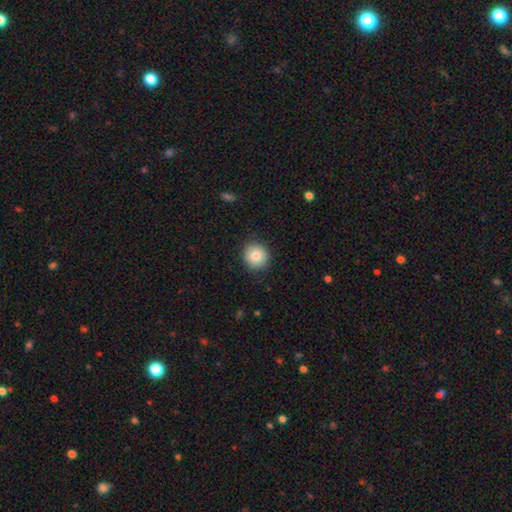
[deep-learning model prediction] Smooth or featured?
  - smooth: 81% *
  - featured or disk: 10%
  - star or artifact: 9%
How rounded?
  - round: 90% *
  - in between: 9%
  - cigar-shaped: 1%
Merging?
  - none: 90% *
  - minor disturbance: 7%
  - major disturbance: 2%
  - merger: 1%